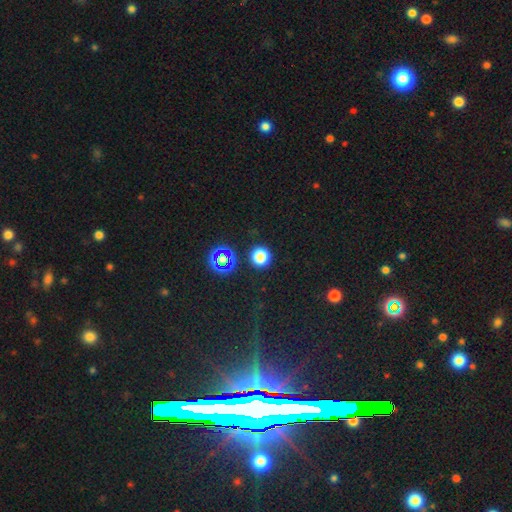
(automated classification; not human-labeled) Q: Smooth or featured?
A: star or artifact (73%); runner-up: featured or disk (14%)